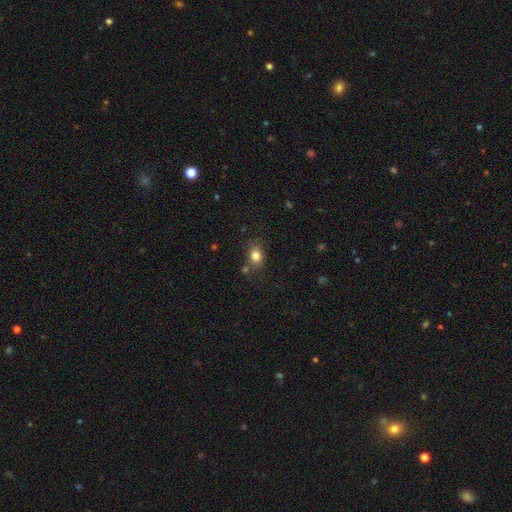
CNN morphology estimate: A smooth galaxy with no disk features (81%) that is in between round and cigar-shaped (53%). Merging: none (70%).